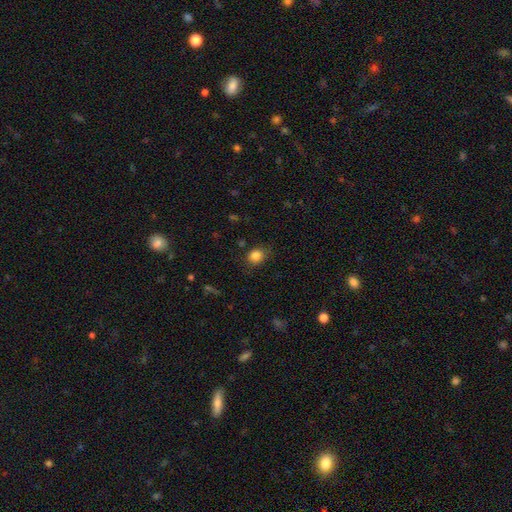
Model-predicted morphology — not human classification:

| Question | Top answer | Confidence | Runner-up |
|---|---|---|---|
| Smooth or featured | smooth | 85% | star or artifact (11%) |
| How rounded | round | 72% | in between (27%) |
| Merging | none | 81% | minor disturbance (13%) |